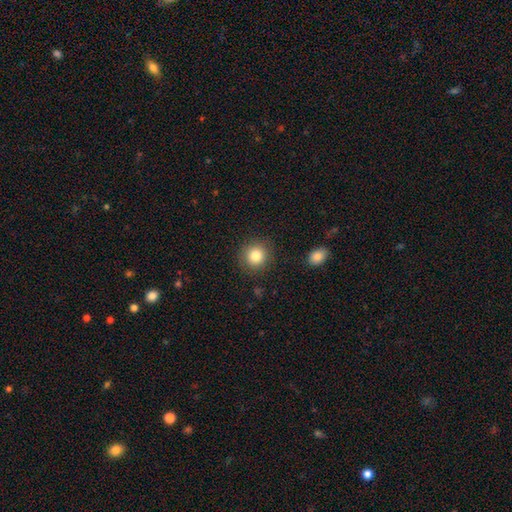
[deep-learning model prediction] smooth-or-featured: smooth: 82% | star or artifact: 11% | featured or disk: 7%
  how-rounded: round: 90% | in between: 9% | cigar-shaped: 1%
  merging: none: 88% | minor disturbance: 7% | major disturbance: 3% | merger: 1%